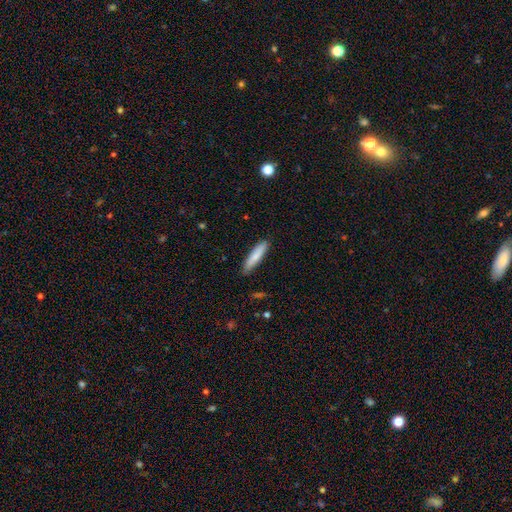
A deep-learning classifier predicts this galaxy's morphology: Smooth or featured? Predicted: smooth (p=0.80). How rounded? Predicted: cigar-shaped (p=0.79). Merging? Predicted: none (p=0.85).